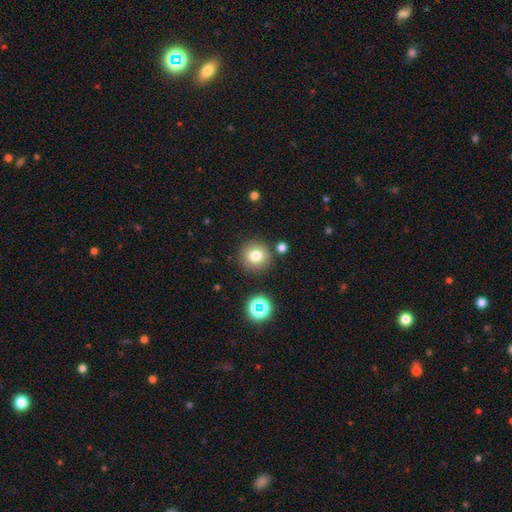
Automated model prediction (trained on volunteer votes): This is likely a smooth galaxy (76%). How rounded: clearly round (95%). Merging: clearly none (85%).